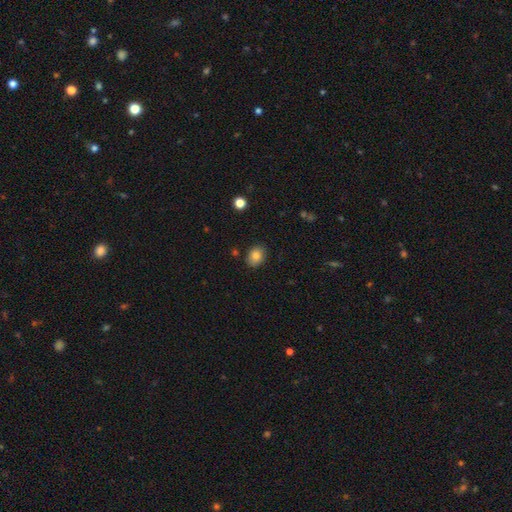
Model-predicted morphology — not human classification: A smooth galaxy with no disk features (83%) that is in between round and cigar-shaped (62%). Merging: none (84%).